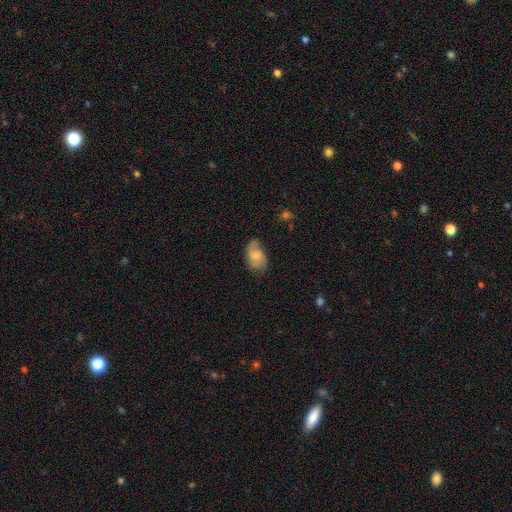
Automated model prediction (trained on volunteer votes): smooth_or_featured: smooth (p=0.52) [alt: featured or disk p=0.41]
how_rounded: in between (p=0.87) [alt: round p=0.12]
merging: none (p=0.53) [alt: minor disturbance p=0.32]